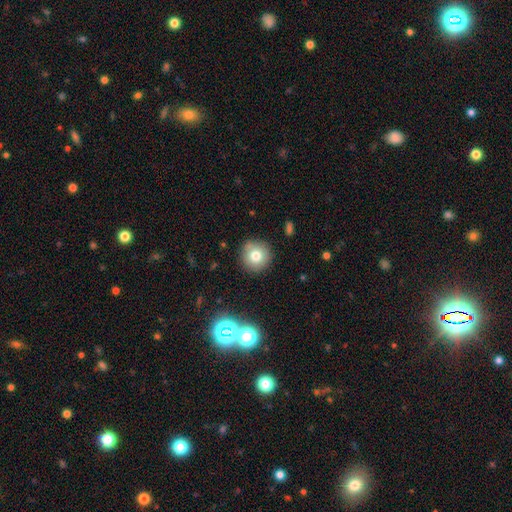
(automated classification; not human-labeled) This appears to be a smooth galaxy with no disk features (76%) that is round (94%). Merging: none (87%).